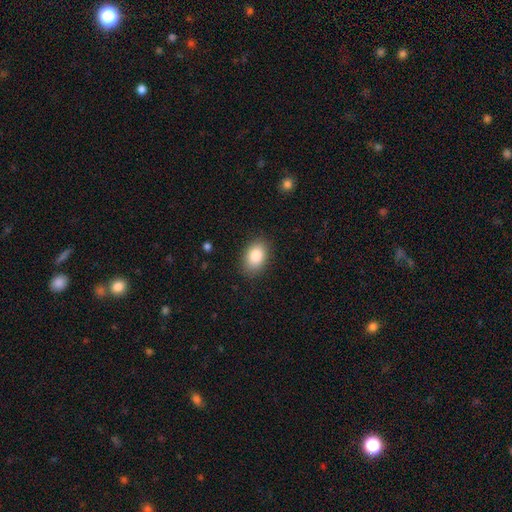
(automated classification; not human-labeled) Smooth or featured: smooth — 85% (featured or disk — 8%)
How rounded: in between — 85% (round — 13%)
Merging: none — 86% (minor disturbance — 10%)